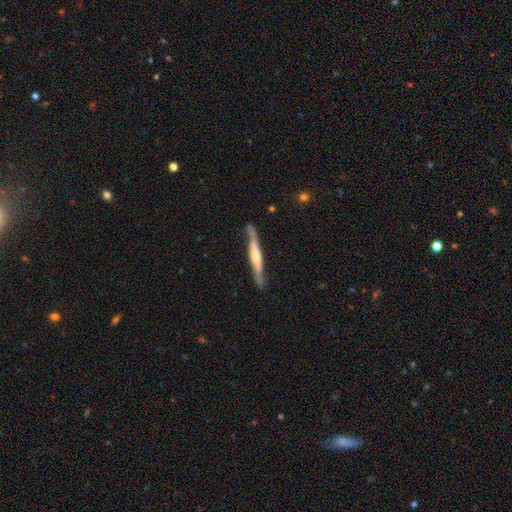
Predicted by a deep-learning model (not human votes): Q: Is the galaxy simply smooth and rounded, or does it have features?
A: featured or disk — 61%.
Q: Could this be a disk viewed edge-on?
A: yes — 91%.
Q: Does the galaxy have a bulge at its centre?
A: rounded — 44%.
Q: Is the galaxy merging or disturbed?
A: none — 77%.